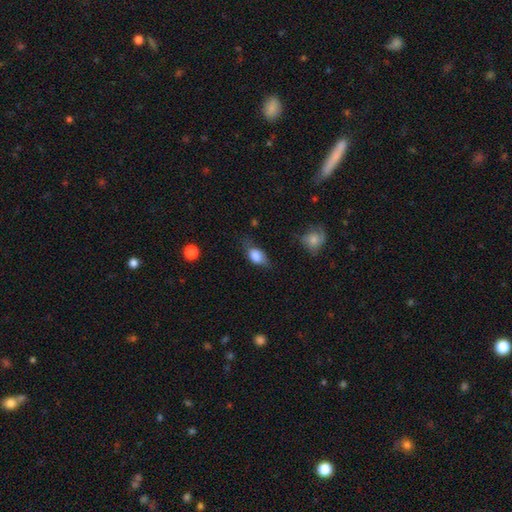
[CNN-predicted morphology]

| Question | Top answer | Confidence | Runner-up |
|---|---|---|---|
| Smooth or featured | smooth | 78% | featured or disk (14%) |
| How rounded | in between | 84% | round (12%) |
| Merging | none | 49% | minor disturbance (34%) |